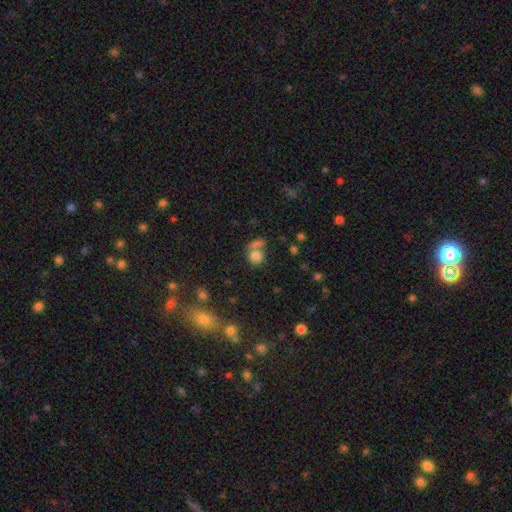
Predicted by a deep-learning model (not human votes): Smooth or featured?
  - smooth: 78% *
  - star or artifact: 13%
  - featured or disk: 10%
How rounded?
  - round: 77% *
  - in between: 21%
  - cigar-shaped: 2%
Merging?
  - none: 43% *
  - merger: 40%
  - minor disturbance: 10%
  - major disturbance: 7%